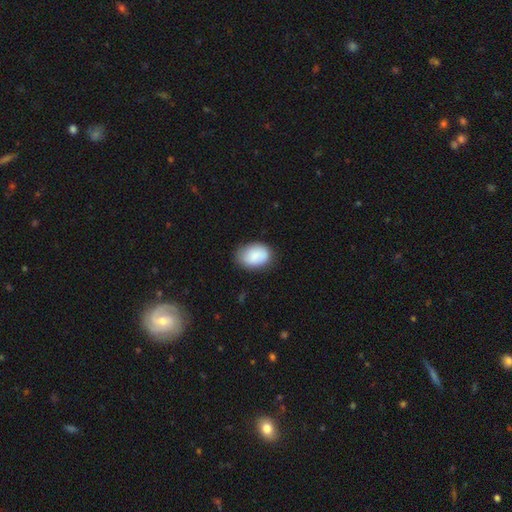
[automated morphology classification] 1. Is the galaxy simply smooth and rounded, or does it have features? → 85% smooth, 9% featured or disk, 6% star or artifact.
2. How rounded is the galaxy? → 78% in between, 21% round, 1% cigar-shaped.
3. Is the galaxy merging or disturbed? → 75% none, 19% minor disturbance, 4% major disturbance, 1% merger.